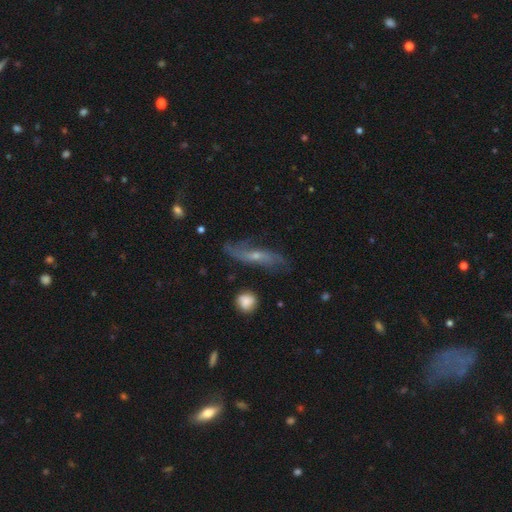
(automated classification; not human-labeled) smooth-or-featured: featured or disk: 69% | smooth: 21% | star or artifact: 10%
  disk-edge-on: no: 61% | yes: 39%
  merging: none: 70% | minor disturbance: 20% | major disturbance: 7% | merger: 3%